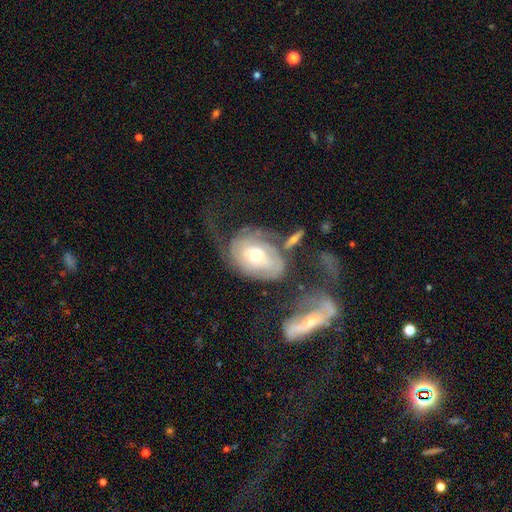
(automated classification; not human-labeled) This appears to be a featured or disk galaxy (63%) with no bar (74%), spiral arms (74%) and a moderate central bulge (65%). Merging: major disturbance (33%).